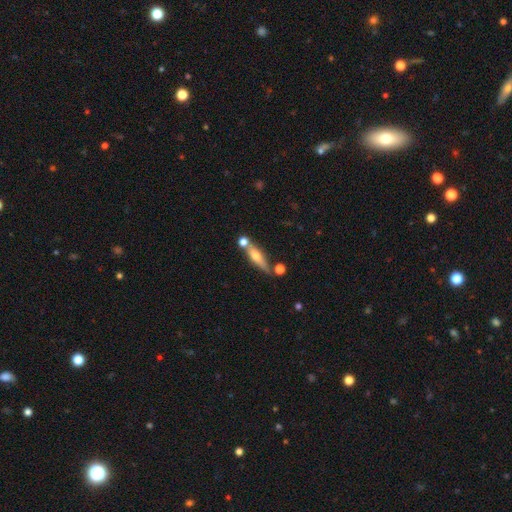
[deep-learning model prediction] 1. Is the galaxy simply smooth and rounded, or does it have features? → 46% featured or disk (tied), 46% smooth (tied), 8% star or artifact.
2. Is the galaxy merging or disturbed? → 64% none, 18% merger, 14% minor disturbance, 4% major disturbance.